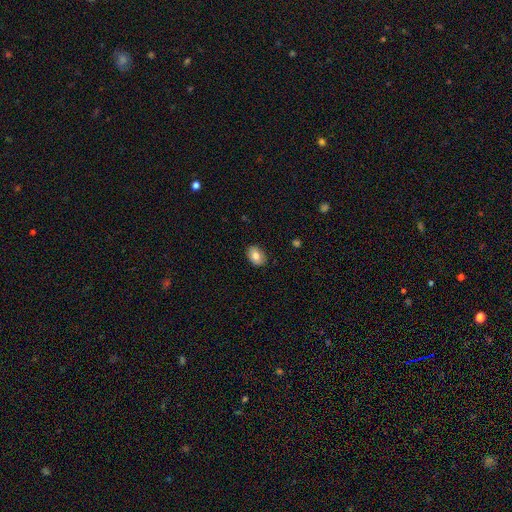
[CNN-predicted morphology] smooth-or-featured: smooth: 80% | featured or disk: 13% | star or artifact: 8%
  how-rounded: in between: 79% | round: 20% | cigar-shaped: 1%
  merging: none: 86% | minor disturbance: 11% | major disturbance: 2% | merger: 1%